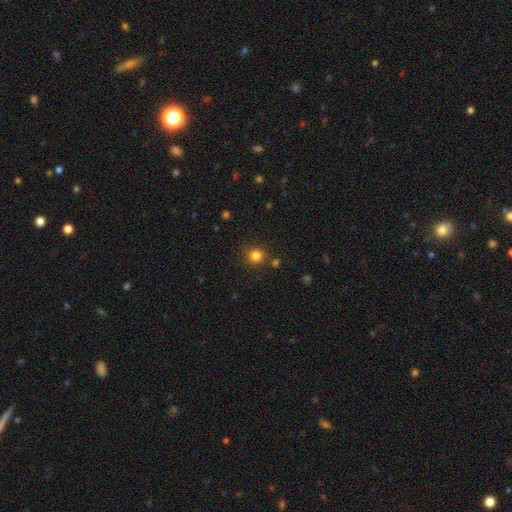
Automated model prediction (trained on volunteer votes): Smooth or featured? smooth (82%)
How rounded? round (90%)
Merging? none (83%)